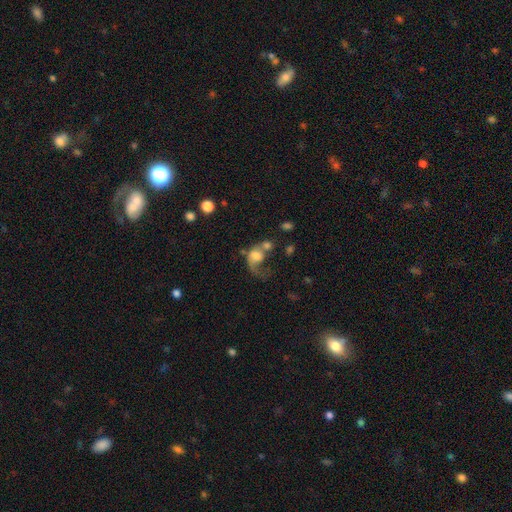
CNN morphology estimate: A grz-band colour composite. It shows a smooth galaxy with no disk features (49%). Merging: major disturbance (43%).